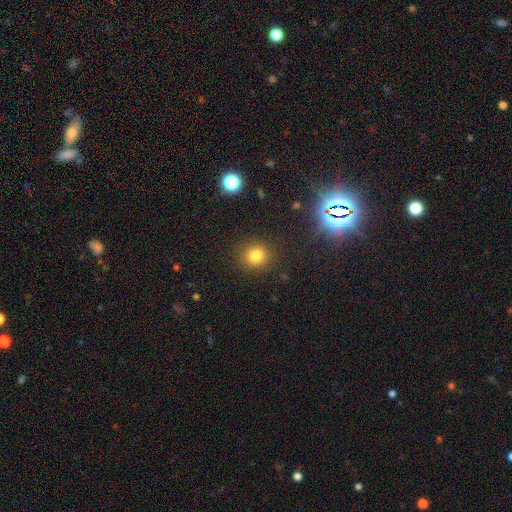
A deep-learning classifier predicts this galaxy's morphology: Smooth or featured: smooth — 79% (star or artifact — 15%)
How rounded: round — 88% (in between — 11%)
Merging: none — 89% (minor disturbance — 7%)